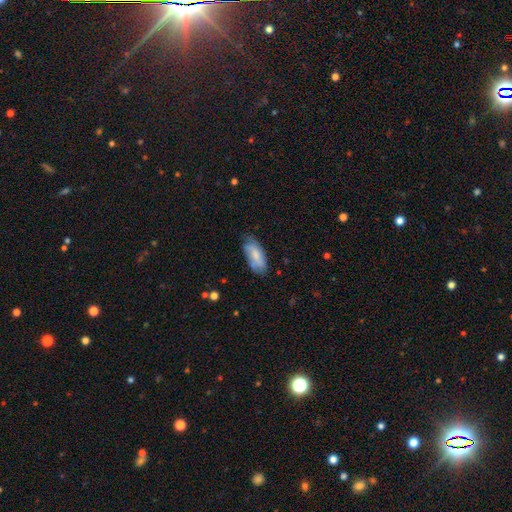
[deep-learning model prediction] Smooth or featured?
  - smooth: 71% *
  - featured or disk: 23%
  - star or artifact: 6%
How rounded?
  - in between: 85% *
  - cigar-shaped: 13%
  - round: 2%
Merging?
  - none: 64% *
  - minor disturbance: 28%
  - major disturbance: 7%
  - merger: 2%